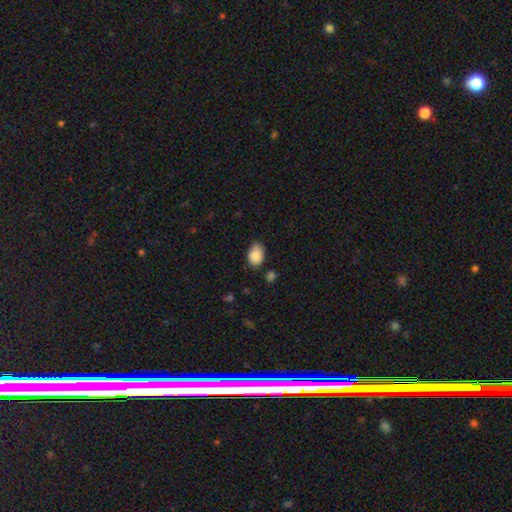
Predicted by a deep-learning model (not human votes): Smooth or featured: smooth — 88% (star or artifact — 7%)
How rounded: in between — 86% (round — 13%)
Merging: none — 68% (minor disturbance — 25%)